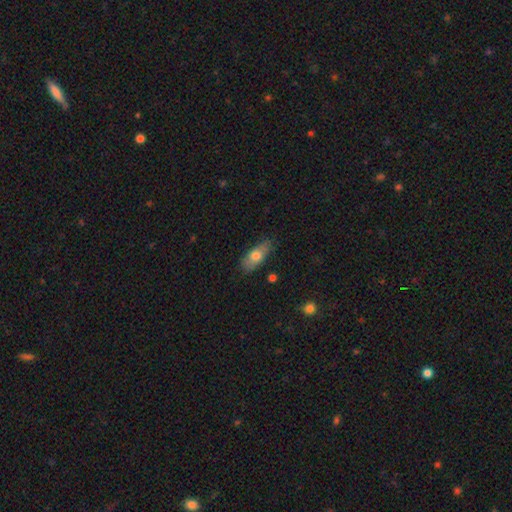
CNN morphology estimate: Smooth or featured: smooth — 71% (featured or disk — 22%)
How rounded: in between — 77% (cigar-shaped — 19%)
Merging: none — 76% (minor disturbance — 18%)